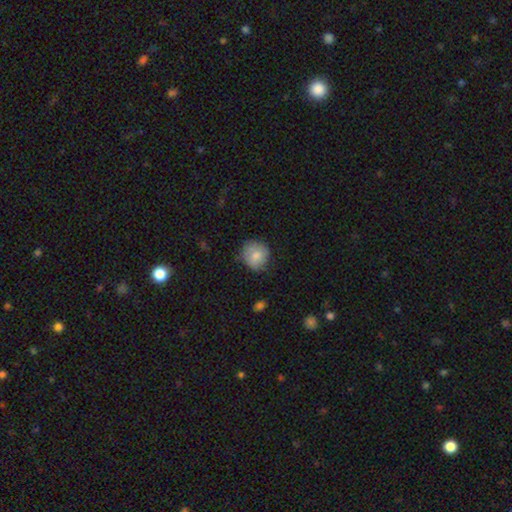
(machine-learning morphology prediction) A smooth galaxy with no disk features (79%) that is round (85%).

Vote fractions:
- Smooth or featured? smooth: 79% / featured or disk: 14% / star or artifact: 7%
- How rounded? round: 85% / in between: 14% / cigar-shaped: 1%
- Merging? none: 67% / minor disturbance: 26% / major disturbance: 6% / merger: 1%